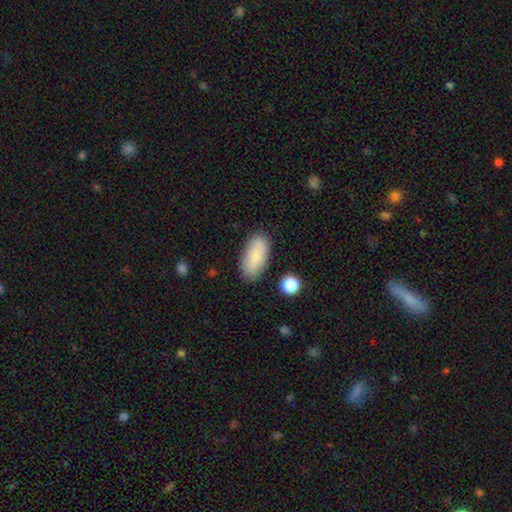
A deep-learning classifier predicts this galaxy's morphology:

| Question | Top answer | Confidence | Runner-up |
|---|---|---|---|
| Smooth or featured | smooth | 84% | featured or disk (9%) |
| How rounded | in between | 89% | cigar-shaped (9%) |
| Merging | none | 83% | minor disturbance (12%) |